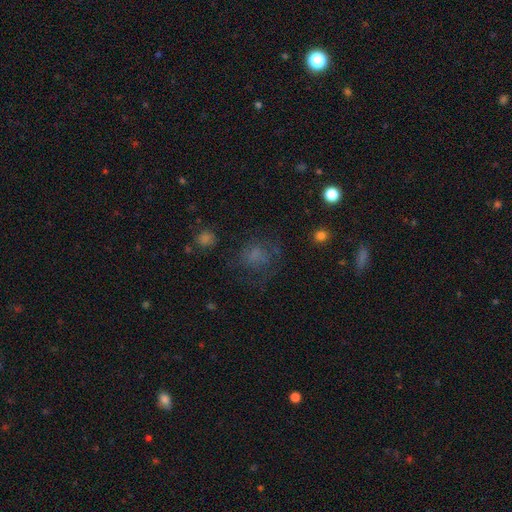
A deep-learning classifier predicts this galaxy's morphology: type=smooth (57%); roundness=round (66%); merging=none (53%).